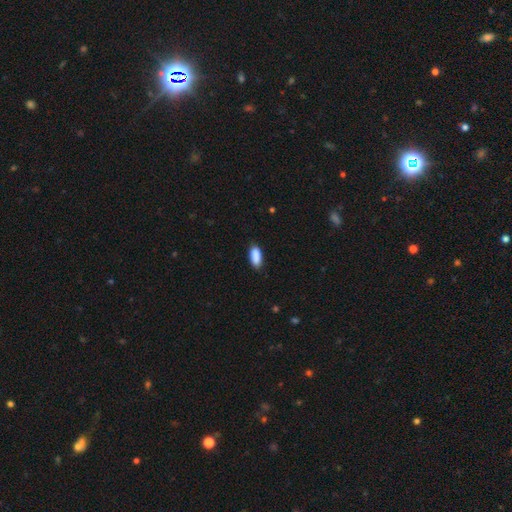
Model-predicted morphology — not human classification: Q: Smooth or featured?
A: smooth (90%); runner-up: star or artifact (6%)
Q: How rounded?
A: in between (82%); runner-up: cigar-shaped (16%)
Q: Merging?
A: none (84%); runner-up: minor disturbance (13%)